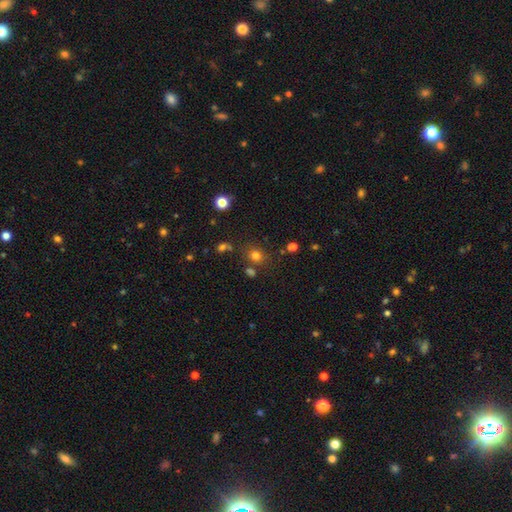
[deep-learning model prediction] smooth_or_featured: smooth (p=0.75) [alt: star or artifact p=0.18]
how_rounded: round (p=0.73) [alt: in between p=0.26]
merging: none (p=0.74) [alt: minor disturbance p=0.12]